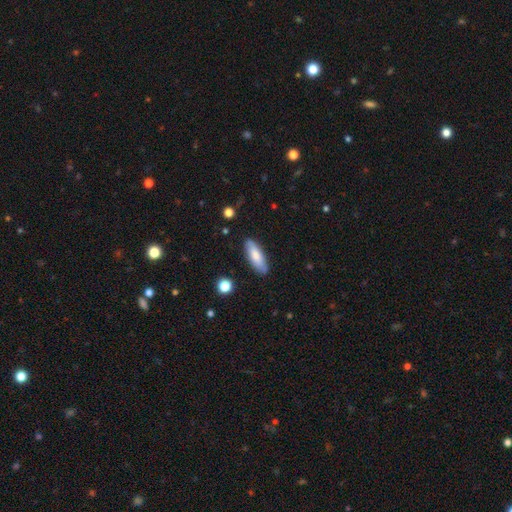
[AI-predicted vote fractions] The model was most divided on "how rounded": in between: 62%, cigar-shaped: 36%, round: 2%. More confident: merging — none (85%); smooth or featured — smooth (76%).